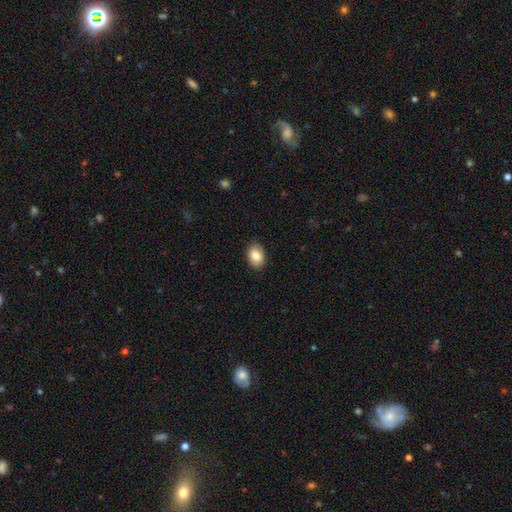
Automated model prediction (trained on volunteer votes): Smooth or featured? smooth (85%)
How rounded? in between (85%)
Merging? none (87%)